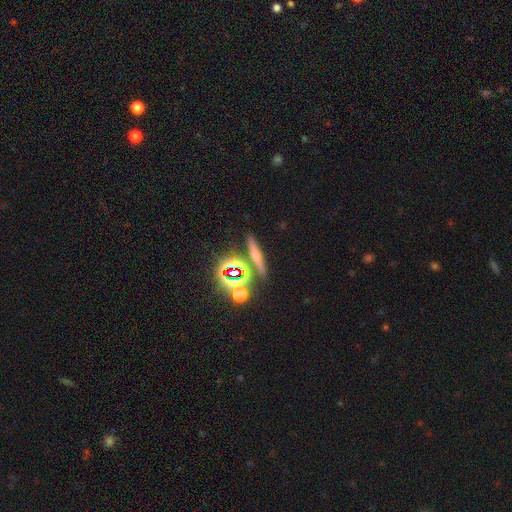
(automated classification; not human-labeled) This appears to be a smooth galaxy with no disk features (38%). Merging: none (82%).